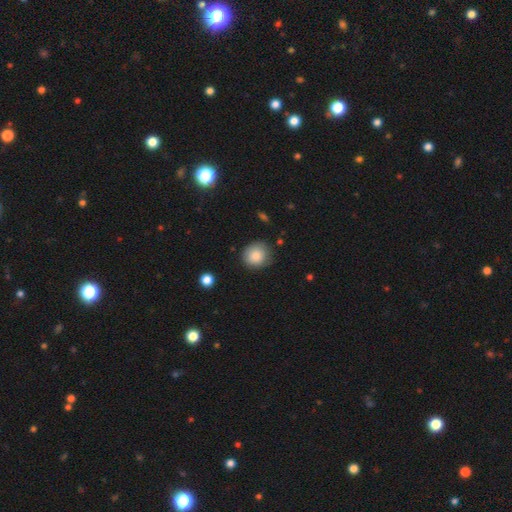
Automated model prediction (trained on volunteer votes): Morphology: type=smooth (85%); roundness=round (86%); merging=none (78%).